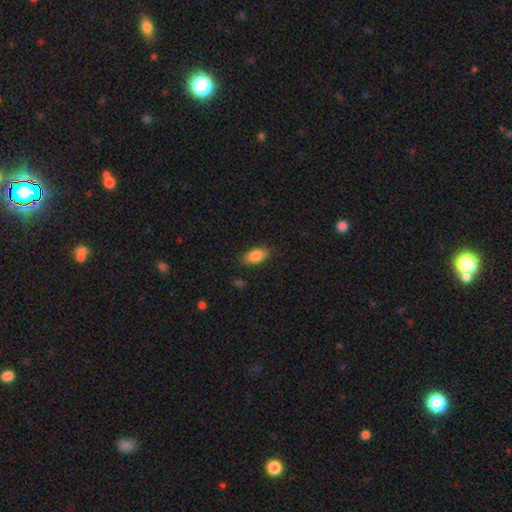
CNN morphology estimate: This appears to be a smooth galaxy with no disk features (86%) that is in between round and cigar-shaped (89%). Merging: none (83%).